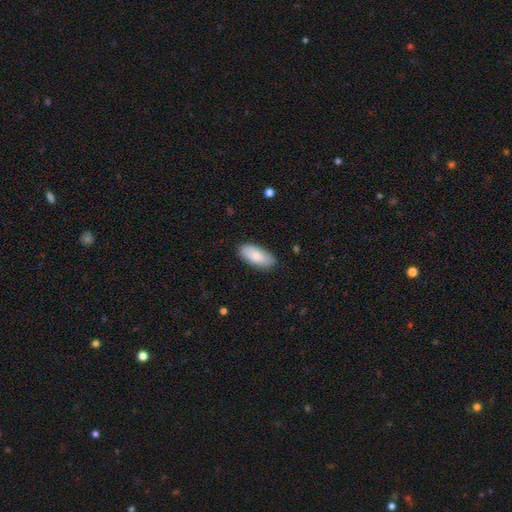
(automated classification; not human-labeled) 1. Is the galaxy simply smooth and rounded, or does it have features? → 83% smooth, 12% featured or disk, 6% star or artifact.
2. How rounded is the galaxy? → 89% in between, 9% cigar-shaped, 2% round.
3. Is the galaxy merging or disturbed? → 84% none, 13% minor disturbance, 2% major disturbance, 1% merger.